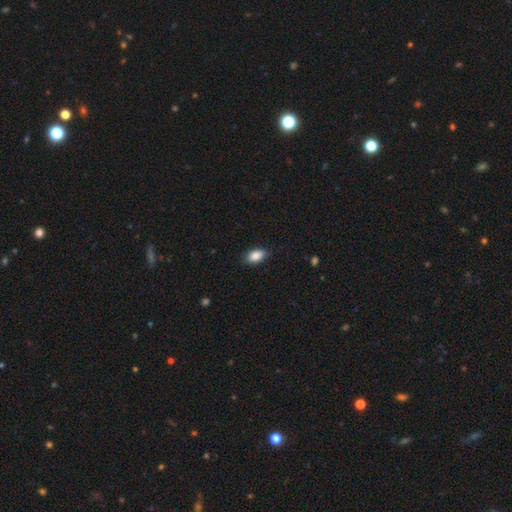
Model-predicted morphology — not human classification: This is clearly a smooth galaxy (88%). How rounded: clearly in between (92%). Merging: clearly none (83%).